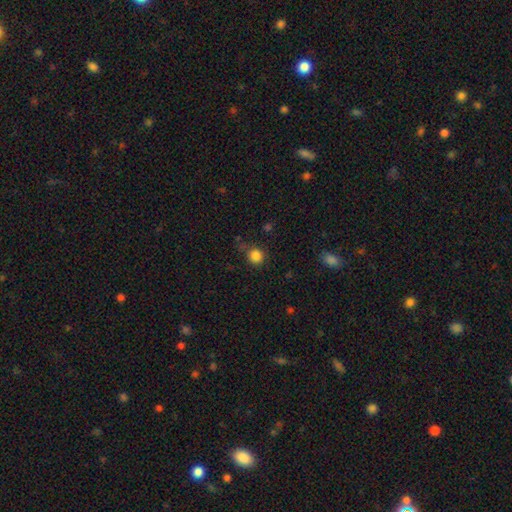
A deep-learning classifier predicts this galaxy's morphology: Smooth or featured: smooth — 84% (star or artifact — 12%)
How rounded: round — 89% (in between — 10%)
Merging: none — 78% (minor disturbance — 14%)